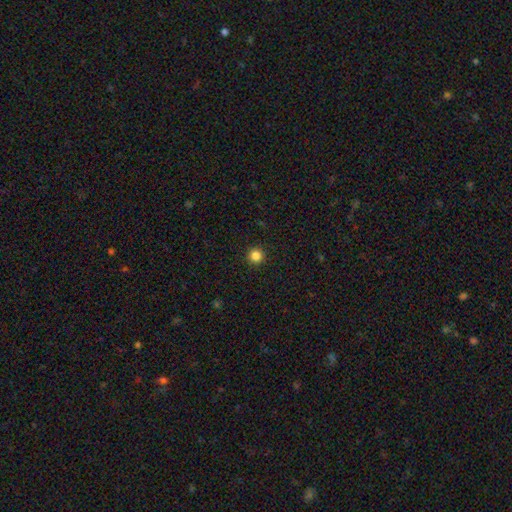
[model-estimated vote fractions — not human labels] This is clearly a smooth galaxy (84%). How rounded: clearly round (96%). Merging: clearly none (93%).